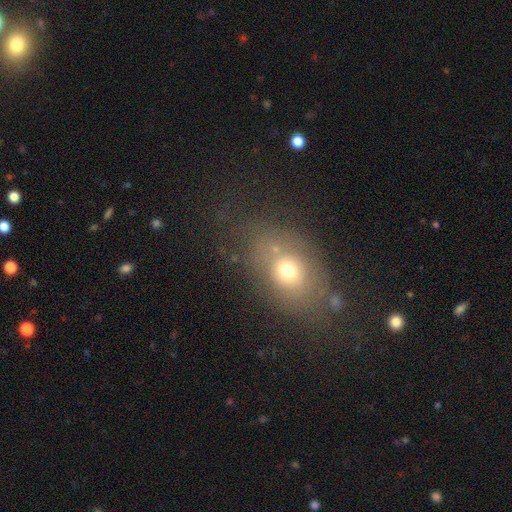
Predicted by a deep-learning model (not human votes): Q: Smooth or featured?
A: smooth (59%); runner-up: star or artifact (21%)
Q: How rounded?
A: in between (69%); runner-up: round (27%)
Q: Merging?
A: none (71%); runner-up: minor disturbance (17%)